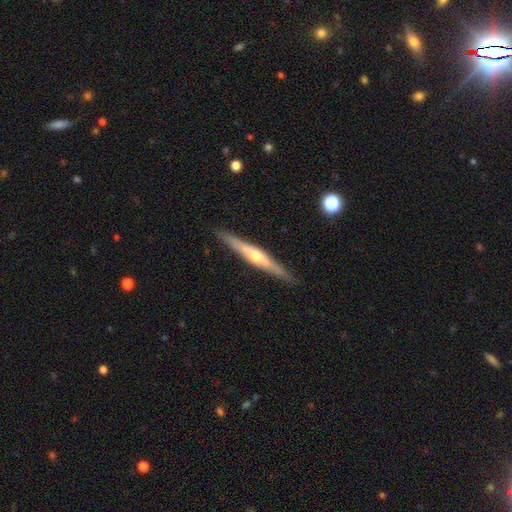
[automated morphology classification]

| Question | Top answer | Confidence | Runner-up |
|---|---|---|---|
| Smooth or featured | featured or disk | 69% | smooth (25%) |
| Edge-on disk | yes | 96% | no (4%) |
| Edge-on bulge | rounded | 83% | none (12%) |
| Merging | none | 90% | minor disturbance (8%) |